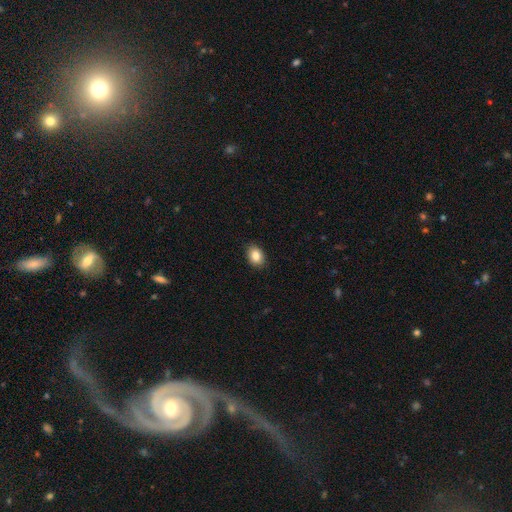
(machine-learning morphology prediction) A smooth galaxy with no disk features (84%) that is in between round and cigar-shaped (74%).

Vote fractions:
- Smooth or featured? smooth: 84% / star or artifact: 8% / featured or disk: 8%
- How rounded? in between: 74% / round: 25% / cigar-shaped: 1%
- Merging? none: 89% / minor disturbance: 8% / major disturbance: 2% / merger: 1%